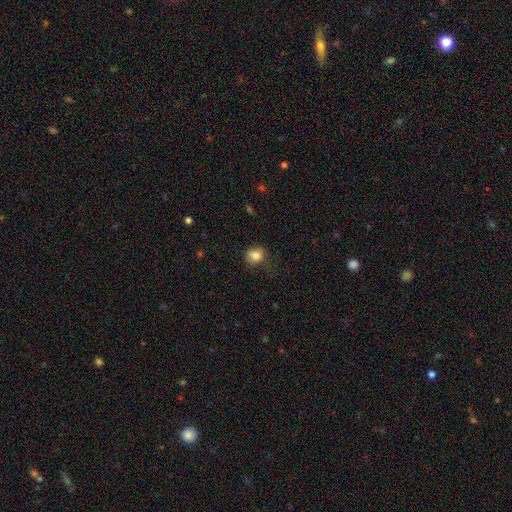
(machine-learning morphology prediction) Q: Smooth or featured?
A: smooth (79%); runner-up: star or artifact (11%)
Q: How rounded?
A: round (66%); runner-up: in between (33%)
Q: Merging?
A: none (57%); runner-up: minor disturbance (29%)